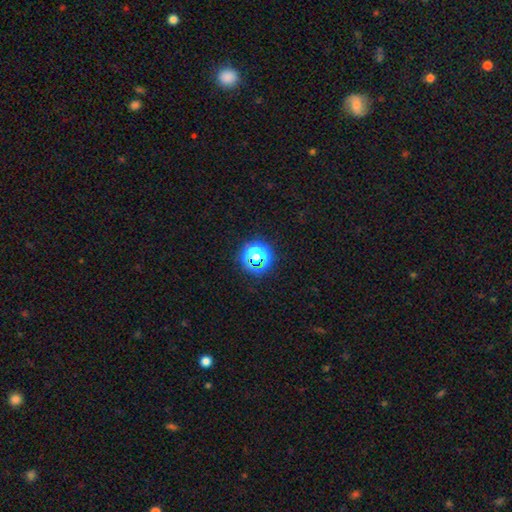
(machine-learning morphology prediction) Smooth or featured?
  - star or artifact: 50% *
  - smooth: 40%
  - featured or disk: 9%